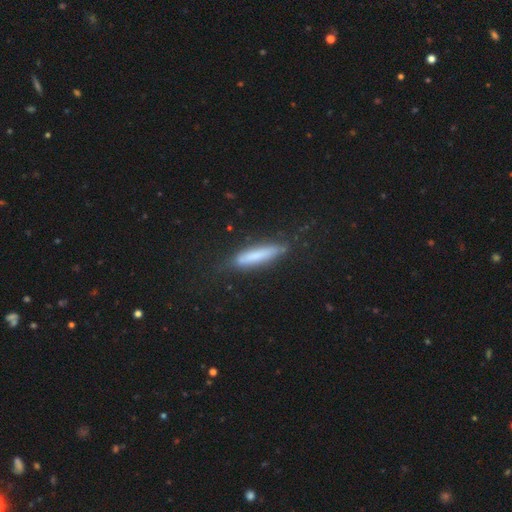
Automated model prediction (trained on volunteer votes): The model was most divided on "smooth or featured": smooth: 66%, featured or disk: 27%, star or artifact: 7%. More confident: how rounded — cigar-shaped (85%); merging — none (76%).